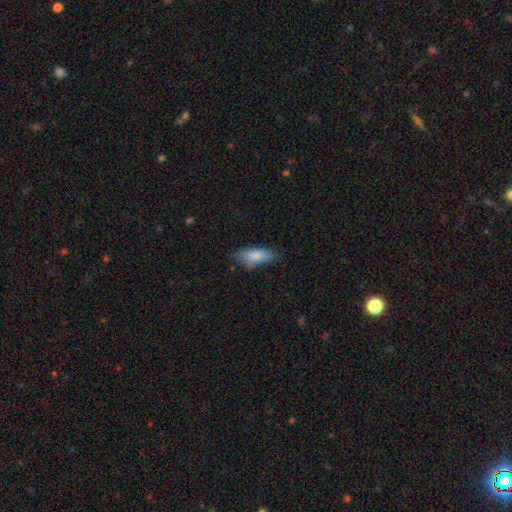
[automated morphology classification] Smooth or featured?
  - smooth: 83% *
  - featured or disk: 10%
  - star or artifact: 7%
How rounded?
  - in between: 74% *
  - cigar-shaped: 24%
  - round: 2%
Merging?
  - none: 68% *
  - minor disturbance: 25%
  - major disturbance: 6%
  - merger: 2%